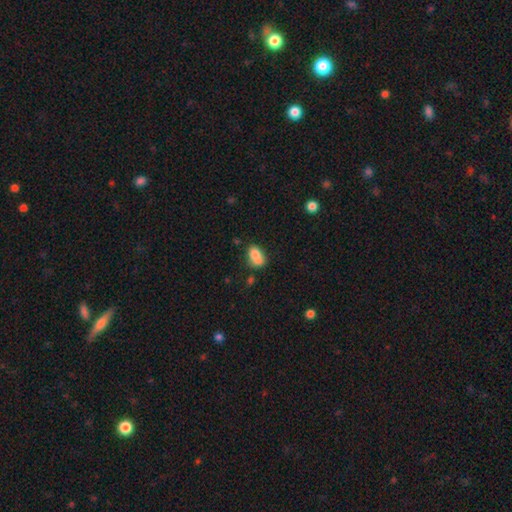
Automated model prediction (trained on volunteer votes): smooth-or-featured: smooth: 77% | featured or disk: 14% | star or artifact: 9%
  how-rounded: in between: 80% | round: 18% | cigar-shaped: 2%
  merging: merger: 38% | none: 37% | minor disturbance: 18% | major disturbance: 7%